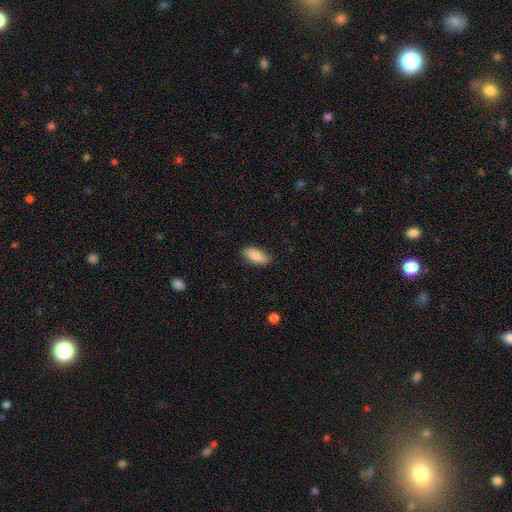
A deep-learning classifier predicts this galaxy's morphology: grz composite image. It shows a smooth galaxy with no disk features (85%) that is in between round and cigar-shaped (89%). Merging: none (78%).